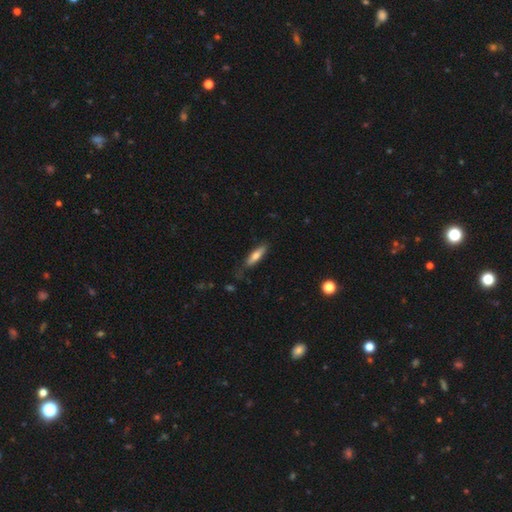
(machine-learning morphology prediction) Smooth or featured? smooth (67%)
How rounded? cigar-shaped (68%)
Merging? none (76%)